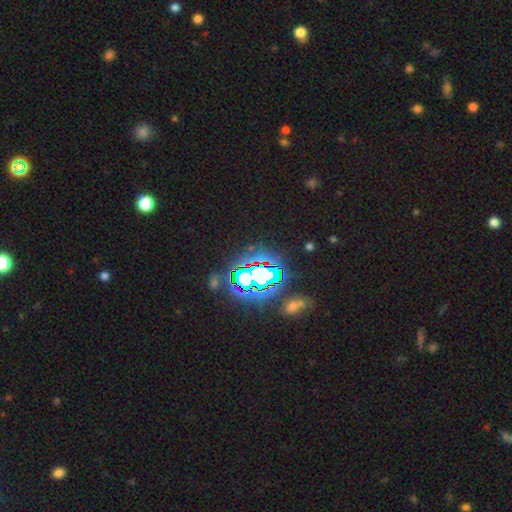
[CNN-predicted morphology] Smooth or featured? Predicted: star or artifact (p=0.81).